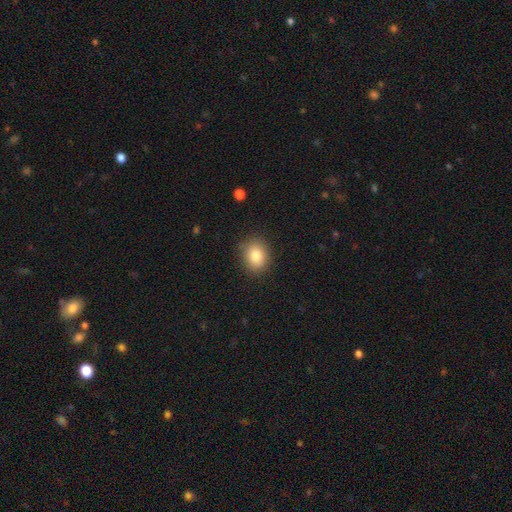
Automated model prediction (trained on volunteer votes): A smooth galaxy with no disk features (83%) that is round (50%). Merging: none (86%).